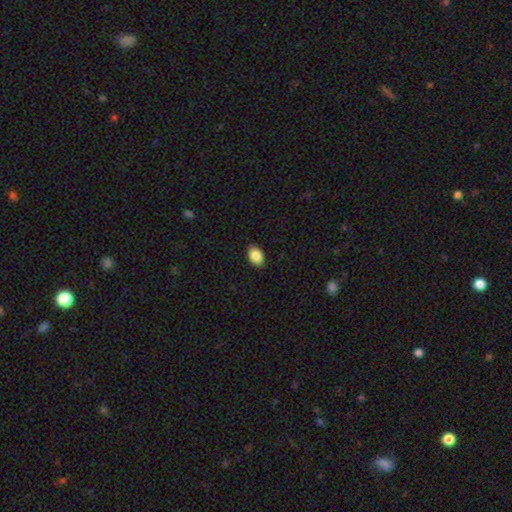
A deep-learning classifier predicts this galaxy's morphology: Overall: smooth (86%). How rounded: in between (86%). Merging: none (88%).